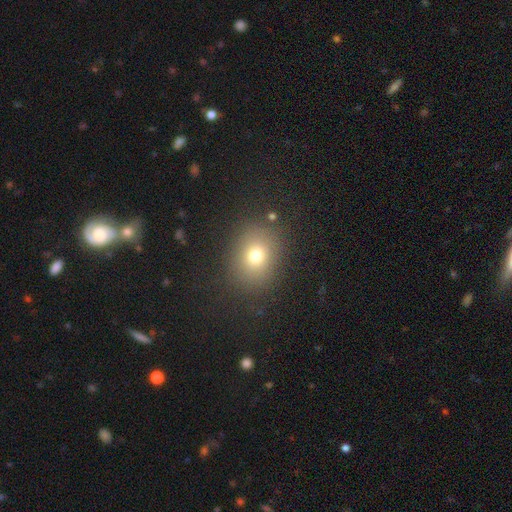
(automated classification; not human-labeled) Morphology: type=smooth (74%); roundness=round (54%); merging=none (83%).